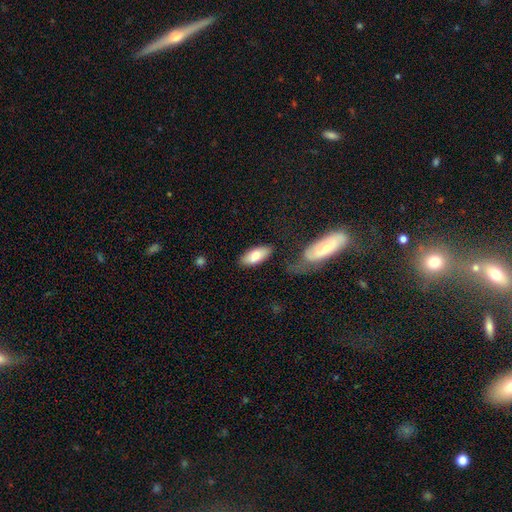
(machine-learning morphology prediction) smooth_or_featured: smooth (p=0.76) [alt: featured or disk p=0.18]
how_rounded: in between (p=0.86) [alt: cigar-shaped p=0.12]
merging: none (p=0.77) [alt: minor disturbance p=0.13]